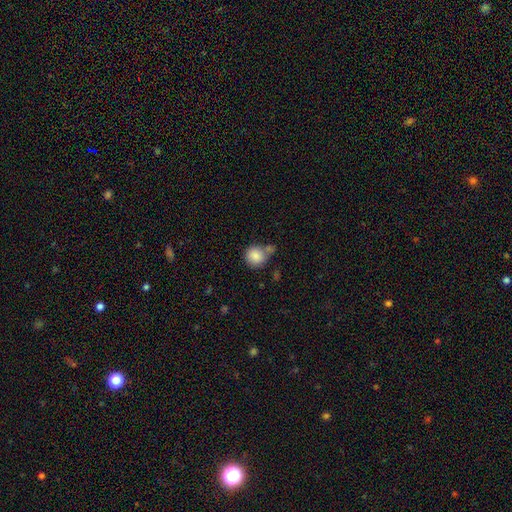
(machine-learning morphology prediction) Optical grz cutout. It shows a smooth galaxy with no disk features (86%) that is round (88%). Merging: none (53%).